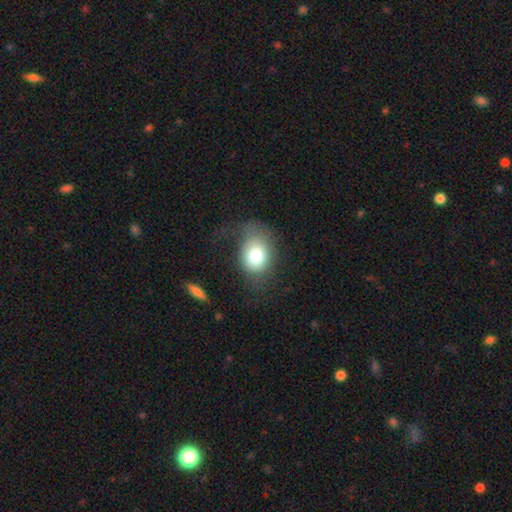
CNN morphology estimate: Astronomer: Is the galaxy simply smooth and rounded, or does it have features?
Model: smooth — 74%.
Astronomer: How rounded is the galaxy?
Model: in between — 55% (runner-up: round, 44%).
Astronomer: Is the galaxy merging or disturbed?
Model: none — 47% (runner-up: minor disturbance, 25%).